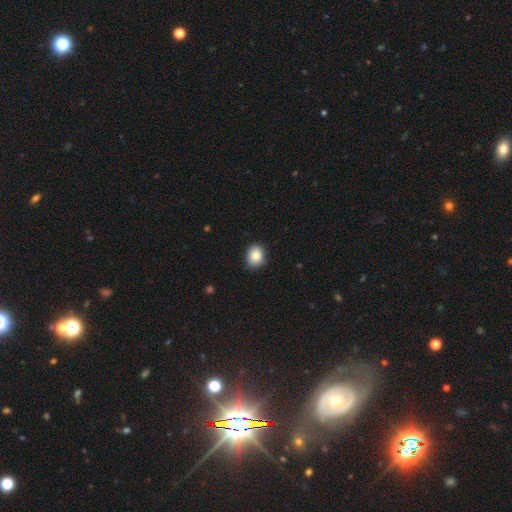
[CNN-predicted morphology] smooth 84%, star or artifact 9%, featured or disk 7%. Down the decision tree: how rounded — round (55%); merging — none (85%).